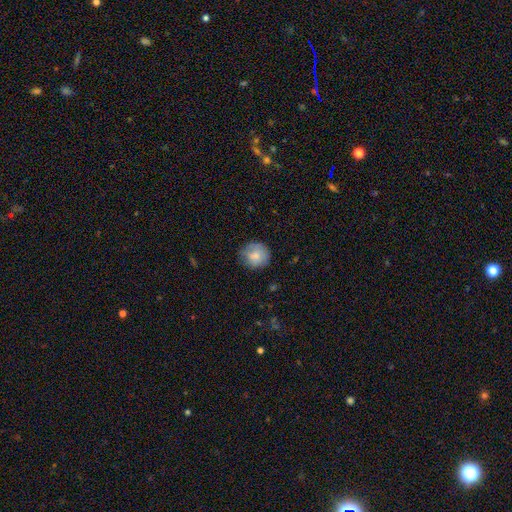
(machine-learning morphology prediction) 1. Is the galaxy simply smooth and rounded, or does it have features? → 78% smooth, 15% featured or disk, 7% star or artifact.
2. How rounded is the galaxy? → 89% round, 10% in between, 1% cigar-shaped.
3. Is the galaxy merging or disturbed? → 72% none, 22% minor disturbance, 5% major disturbance, 1% merger.